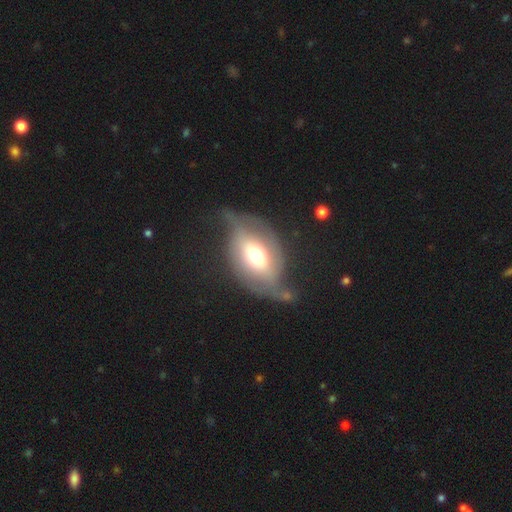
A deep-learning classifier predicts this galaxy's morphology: featured or disk 57%, smooth 36%, star or artifact 7%. Down the decision tree: edge-on disk — no (87%); bar — no (55%); spiral arms — yes (57%); bulge size — moderate (58%); merging — none (37%).